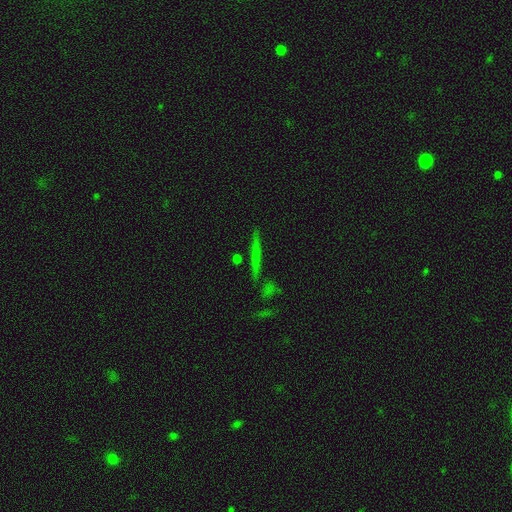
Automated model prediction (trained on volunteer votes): smooth_or_featured: smooth (p=0.43) [alt: featured or disk p=0.40]
merging: none (p=0.86) [alt: minor disturbance p=0.08]